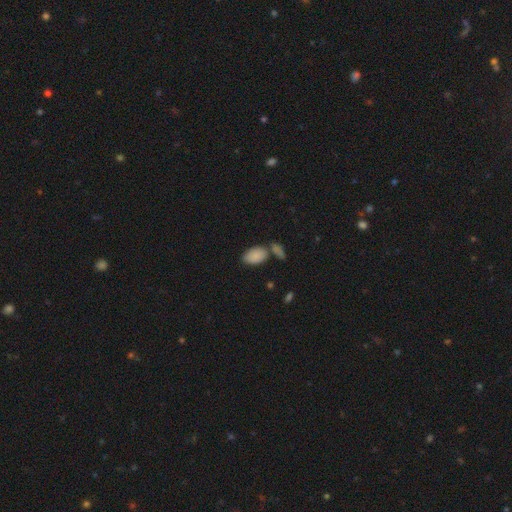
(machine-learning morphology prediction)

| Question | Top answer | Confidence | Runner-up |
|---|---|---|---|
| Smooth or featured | smooth | 87% | star or artifact (7%) |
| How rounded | in between | 93% | round (5%) |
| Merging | none | 59% | merger (23%) |